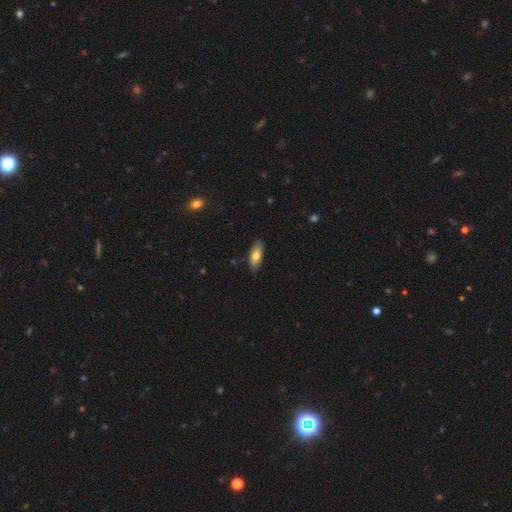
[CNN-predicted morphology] Q: Smooth or featured?
A: smooth (78%); runner-up: featured or disk (16%)
Q: How rounded?
A: in between (76%); runner-up: cigar-shaped (22%)
Q: Merging?
A: none (84%); runner-up: minor disturbance (12%)